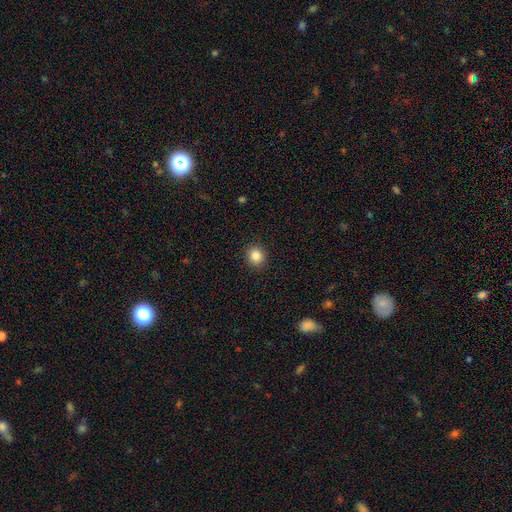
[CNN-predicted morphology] A smooth galaxy with no disk features (85%) that is round (81%).

Vote fractions:
- Smooth or featured? smooth: 85% / star or artifact: 10% / featured or disk: 4%
- How rounded? round: 81% / in between: 18% / cigar-shaped: 1%
- Merging? none: 91% / minor disturbance: 6% / major disturbance: 2% / merger: 1%